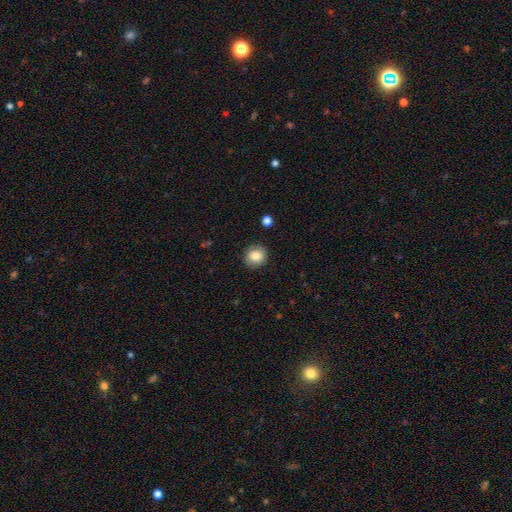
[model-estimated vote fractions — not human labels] A smooth galaxy with no disk features (83%) that is round (81%).

Vote fractions:
- Smooth or featured? smooth: 83% / star or artifact: 9% / featured or disk: 8%
- How rounded? round: 81% / in between: 18% / cigar-shaped: 1%
- Merging? none: 87% / minor disturbance: 9% / major disturbance: 3% / merger: 1%